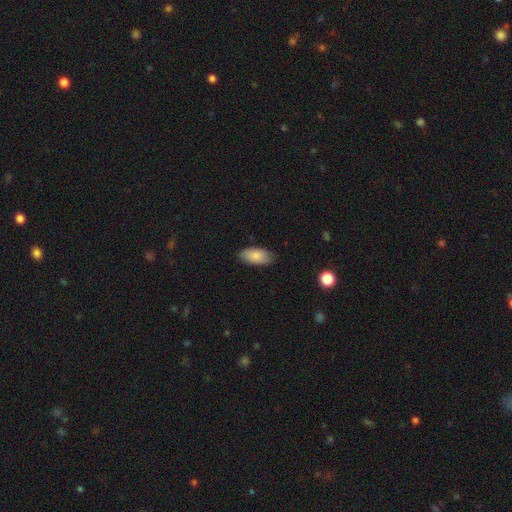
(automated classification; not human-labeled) Morphology: type=smooth (86%); roundness=in between (92%); merging=none (84%).